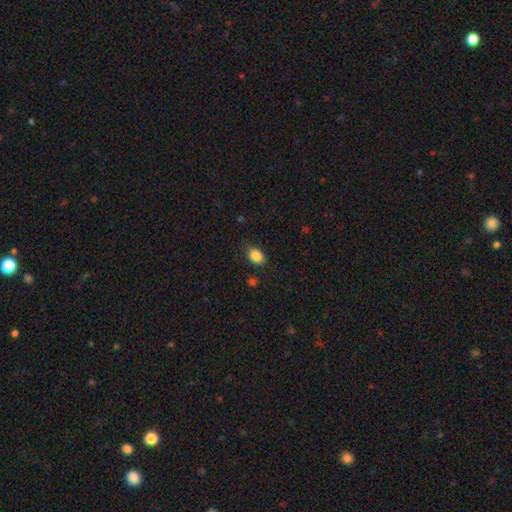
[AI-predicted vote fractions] Smooth or featured? smooth (86%)
How rounded? in between (77%)
Merging? none (83%)